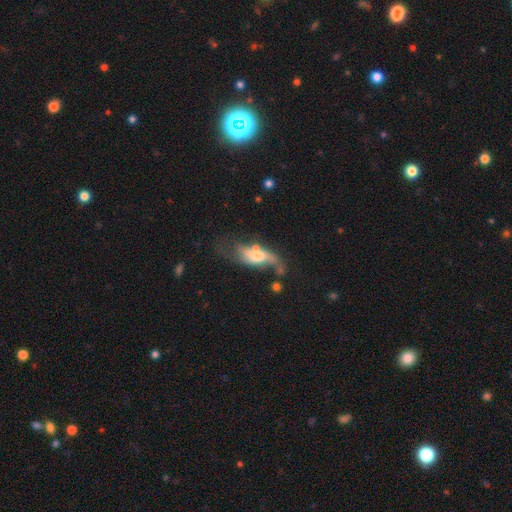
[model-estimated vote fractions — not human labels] This appears to be a featured or disk galaxy (65%) with no bar (60%), spiral arms (76%) and a moderate central bulge (54%). Merging: none (37%).